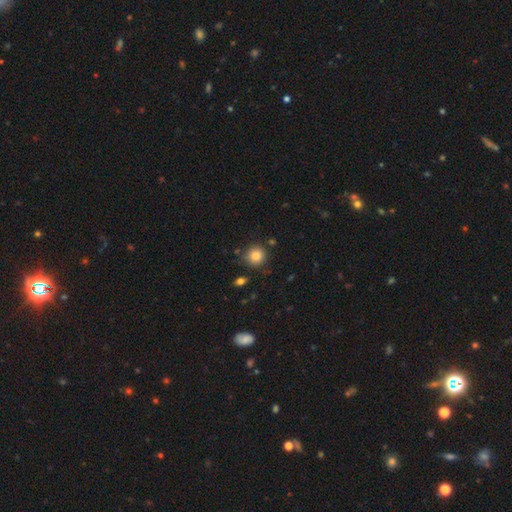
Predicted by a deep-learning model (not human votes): The model was most divided on "smooth or featured": smooth: 84%, star or artifact: 10%, featured or disk: 6%. More confident: how rounded — round (91%); merging — none (84%).